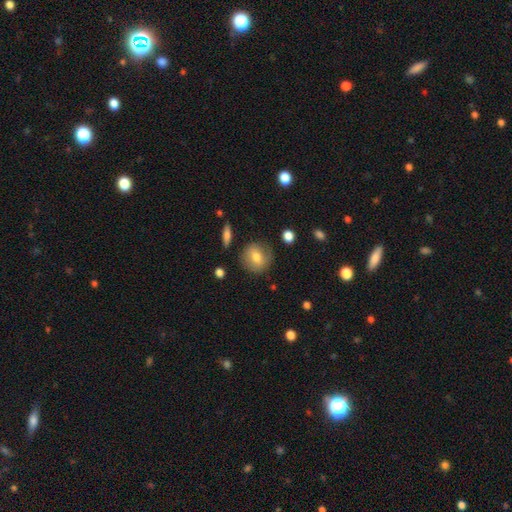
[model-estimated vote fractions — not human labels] Q: Smooth or featured?
A: smooth (67%); runner-up: featured or disk (24%)
Q: How rounded?
A: round (84%); runner-up: in between (15%)
Q: Merging?
A: none (77%); runner-up: minor disturbance (17%)